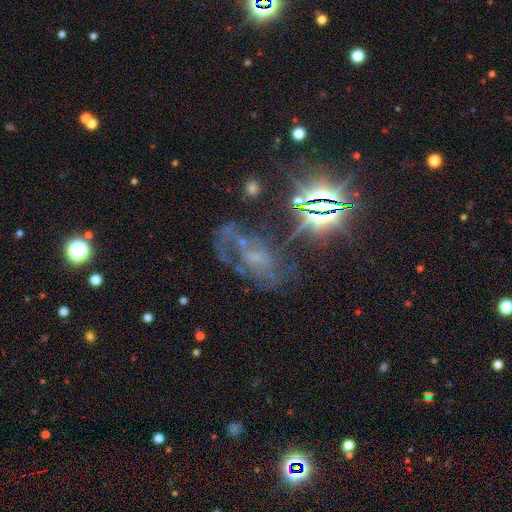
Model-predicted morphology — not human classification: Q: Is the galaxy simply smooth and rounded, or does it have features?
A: featured or disk — 56%.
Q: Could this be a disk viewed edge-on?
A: no — 94%.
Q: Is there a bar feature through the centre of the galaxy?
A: no — 57%.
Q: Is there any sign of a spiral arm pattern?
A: yes — 75%.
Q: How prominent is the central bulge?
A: small — 58%.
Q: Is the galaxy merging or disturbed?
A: none — 49%.